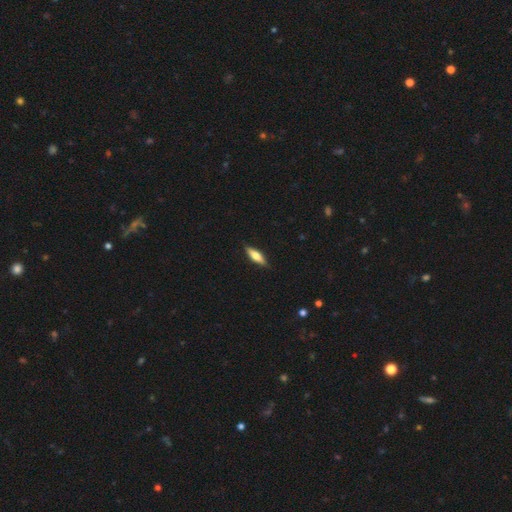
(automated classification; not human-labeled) A smooth galaxy with no disk features (58%) that is cigar-shaped (57%).

Vote fractions:
- Smooth or featured? smooth: 58% / featured or disk: 36% / star or artifact: 6%
- How rounded? cigar-shaped: 57% / in between: 41% / round: 2%
- Merging? none: 87% / minor disturbance: 10% / major disturbance: 2% / merger: 1%